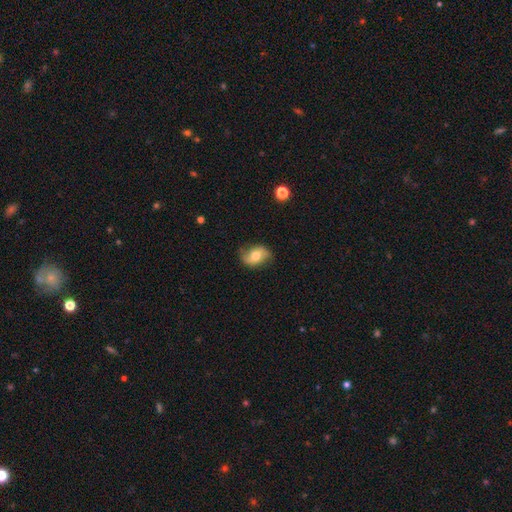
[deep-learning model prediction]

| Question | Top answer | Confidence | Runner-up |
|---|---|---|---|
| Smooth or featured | smooth | 50% | featured or disk (42%) |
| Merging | none | 76% | minor disturbance (18%) |